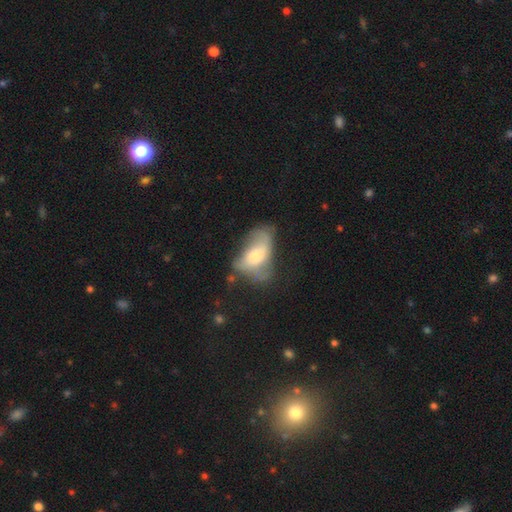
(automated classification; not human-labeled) smooth-or-featured: smooth: 55% | featured or disk: 36% | star or artifact: 9%
  how-rounded: in between: 89% | round: 7% | cigar-shaped: 4%
  merging: major disturbance: 39% | minor disturbance: 27% | none: 26% | merger: 9%